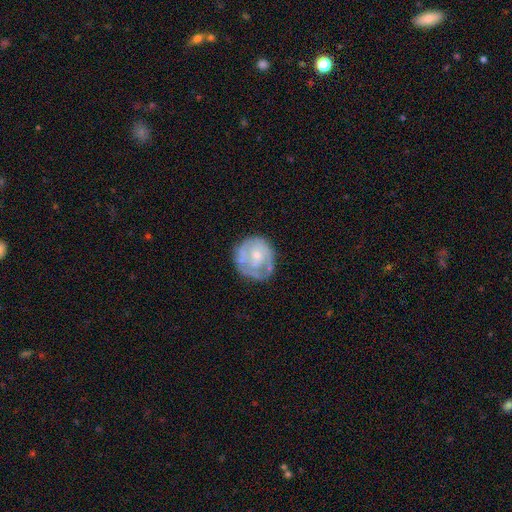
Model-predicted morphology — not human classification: smooth-or-featured: featured or disk: 63% | smooth: 31% | star or artifact: 6%
  disk-edge-on: no: 98% | yes: 2%
    bar: no: 78% | weak: 19% | strong: 3%
    has-spiral-arms: yes: 60% | no: 40%
    bulge-size: small: 60% | moderate: 33% | none: 4% | large: 2% | dominant: 1%
  merging: none: 62% | minor disturbance: 23% | major disturbance: 12% | merger: 3%